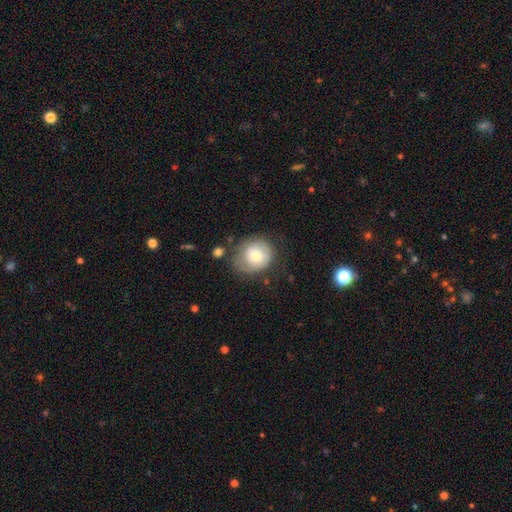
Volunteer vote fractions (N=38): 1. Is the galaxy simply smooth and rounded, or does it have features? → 66% smooth, 26% featured or disk, 8% star or artifact.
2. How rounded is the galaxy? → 84% round, 16% in between, 0% cigar-shaped.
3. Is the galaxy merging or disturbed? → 60% none, 26% minor disturbance, 14% major disturbance, 0% merger.